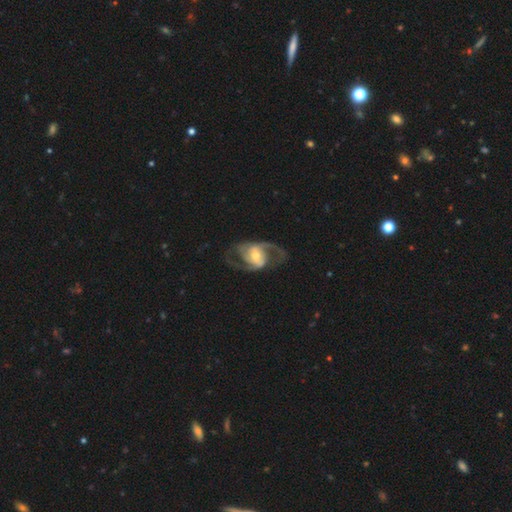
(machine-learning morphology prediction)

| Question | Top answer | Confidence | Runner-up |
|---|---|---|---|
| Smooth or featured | featured or disk | 85% | smooth (10%) |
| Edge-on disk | no | 97% | yes (3%) |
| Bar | weak | 41% | no (33%) |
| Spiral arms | yes | 92% | no (8%) |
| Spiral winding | medium | 50% | loose (37%) |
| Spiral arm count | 2 | 83% | can't tell (6%) |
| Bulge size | moderate | 59% | small (30%) |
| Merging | none | 62% | major disturbance (20%) |